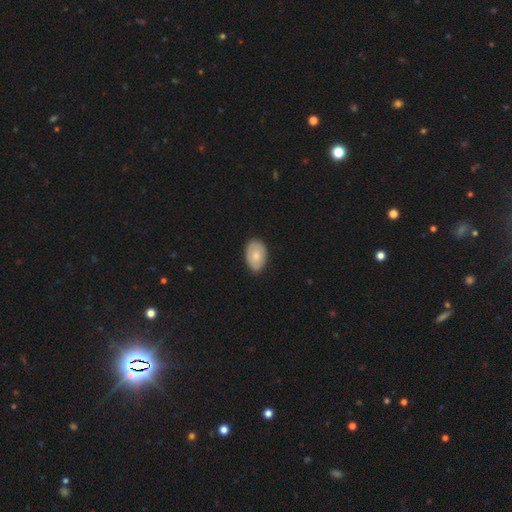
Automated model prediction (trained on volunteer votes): Morphology: type=smooth (70%); roundness=in between (88%); merging=none (83%).